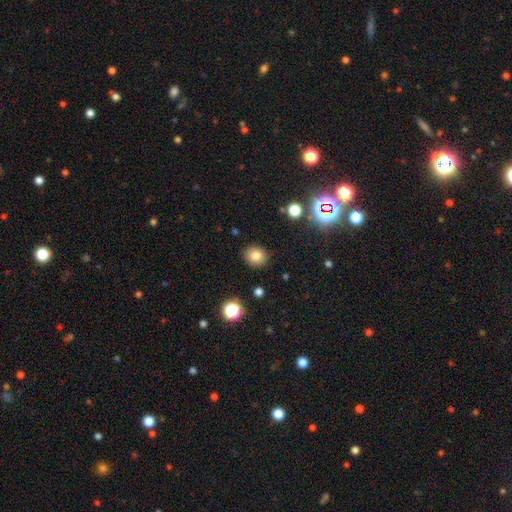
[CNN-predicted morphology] Q: Smooth or featured?
A: smooth (80%); runner-up: star or artifact (12%)
Q: How rounded?
A: round (76%); runner-up: in between (24%)
Q: Merging?
A: none (89%); runner-up: minor disturbance (8%)